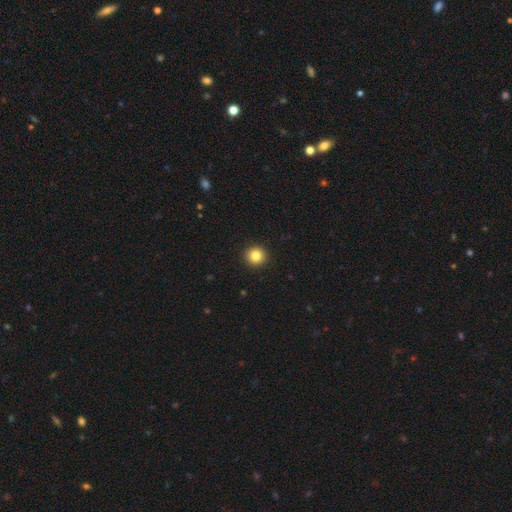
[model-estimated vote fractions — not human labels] Morphology: type=smooth (84%); roundness=round (94%); merging=none (93%).